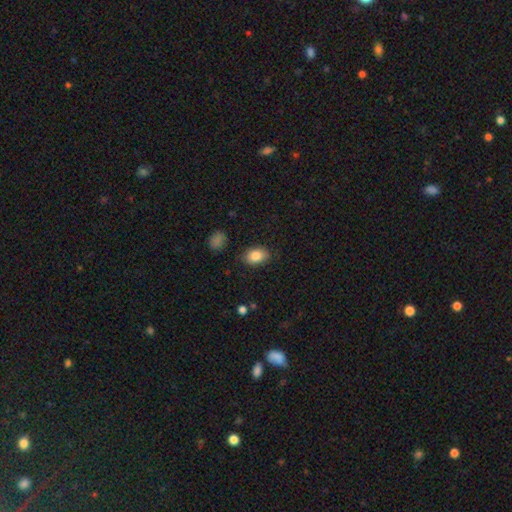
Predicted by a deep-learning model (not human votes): A smooth galaxy with no disk features (85%) that is in between round and cigar-shaped (84%).

Vote fractions:
- Smooth or featured? smooth: 85% / star or artifact: 8% / featured or disk: 7%
- How rounded? in between: 84% / round: 14% / cigar-shaped: 1%
- Merging? none: 84% / minor disturbance: 12% / major disturbance: 3% / merger: 1%